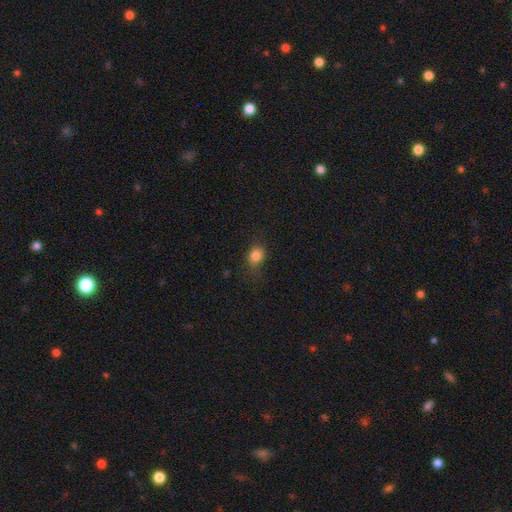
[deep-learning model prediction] The model was most divided on "how rounded": round: 55%, in between: 43%, cigar-shaped: 1%. More confident: smooth or featured — smooth (83%); merging — none (68%).